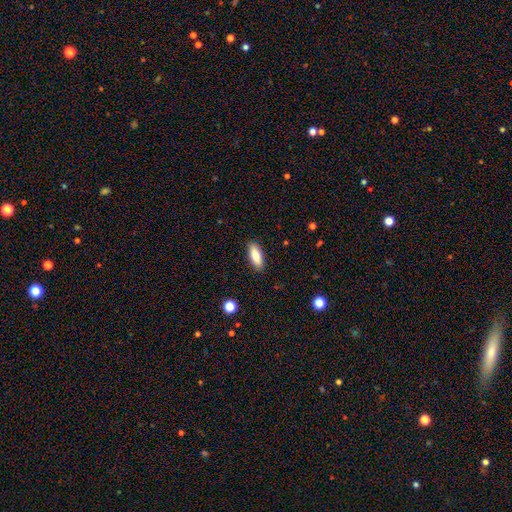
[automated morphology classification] This is clearly a smooth galaxy (81%). How rounded: likely in between (68%). Merging: clearly none (89%).